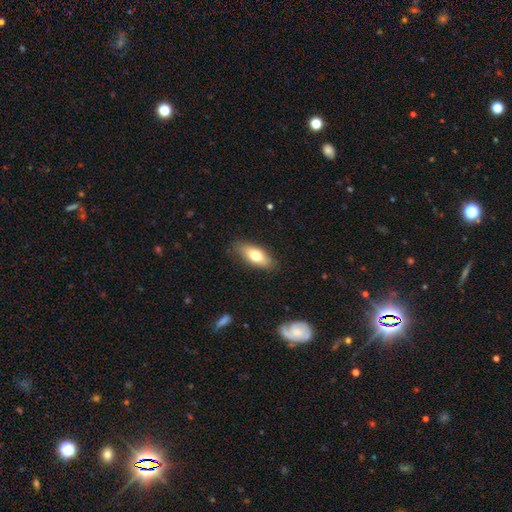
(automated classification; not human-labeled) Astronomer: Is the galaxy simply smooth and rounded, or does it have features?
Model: smooth — 72%.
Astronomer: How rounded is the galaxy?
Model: in between — 79%.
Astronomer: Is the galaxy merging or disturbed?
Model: none — 84%.